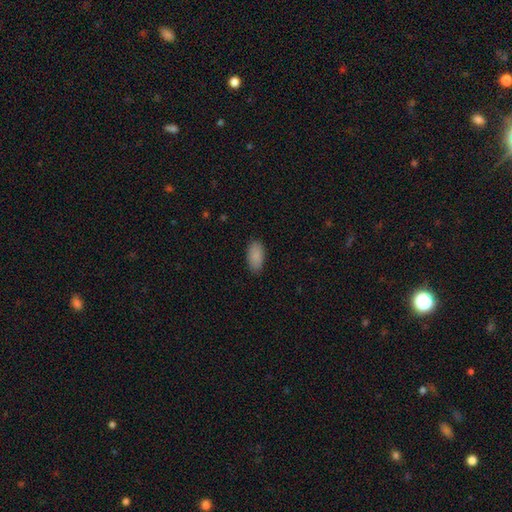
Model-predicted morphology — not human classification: Overall: smooth (89%). How rounded: in between (93%). Merging: none (87%).